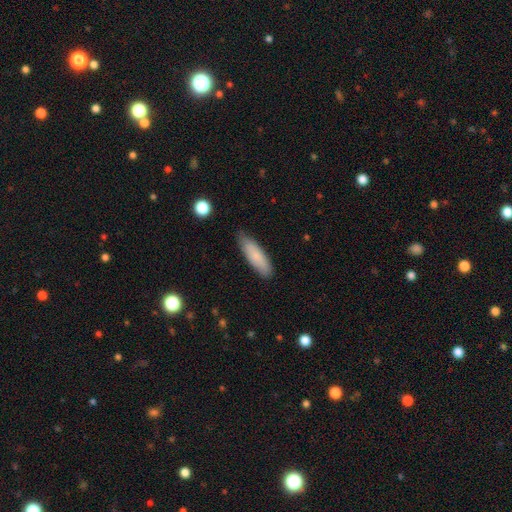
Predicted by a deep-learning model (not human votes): Q: Smooth or featured?
A: smooth (83%); runner-up: featured or disk (12%)
Q: How rounded?
A: cigar-shaped (58%); runner-up: in between (40%)
Q: Merging?
A: none (82%); runner-up: minor disturbance (15%)